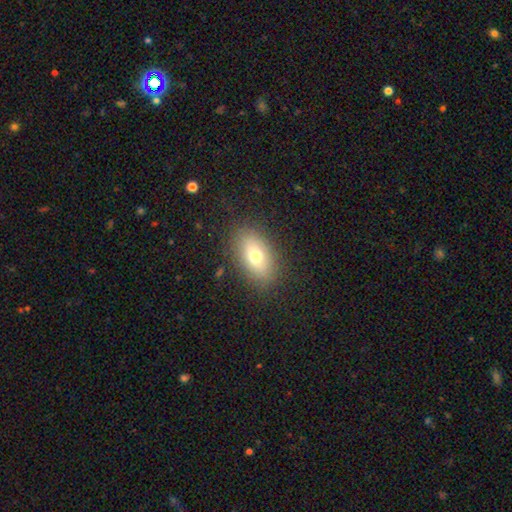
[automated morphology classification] Smooth or featured? Predicted: smooth (p=0.71). How rounded? Predicted: in between (p=0.87). Merging? Predicted: none (p=0.84).